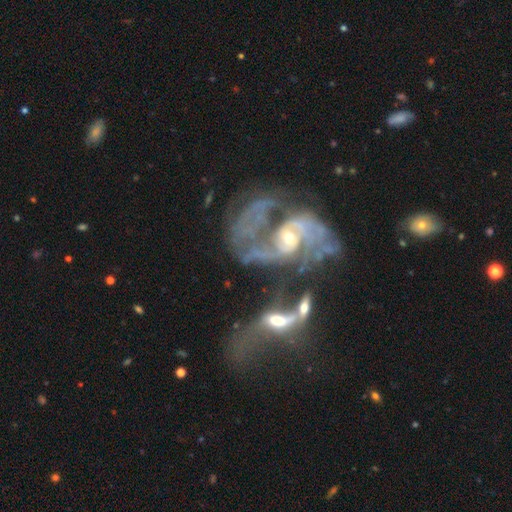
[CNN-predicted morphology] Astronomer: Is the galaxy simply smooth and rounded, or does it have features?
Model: featured or disk — 83%.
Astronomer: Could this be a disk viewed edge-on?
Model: no — 96%.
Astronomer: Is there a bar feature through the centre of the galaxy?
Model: no — 61%.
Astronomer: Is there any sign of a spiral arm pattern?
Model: yes — 85%.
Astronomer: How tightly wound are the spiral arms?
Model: loose — 47% (runner-up: medium, 36%).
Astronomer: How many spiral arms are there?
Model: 2 — 55%.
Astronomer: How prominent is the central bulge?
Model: moderate — 46% (runner-up: small, 44%).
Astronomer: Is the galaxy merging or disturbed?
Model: merger — 55%.